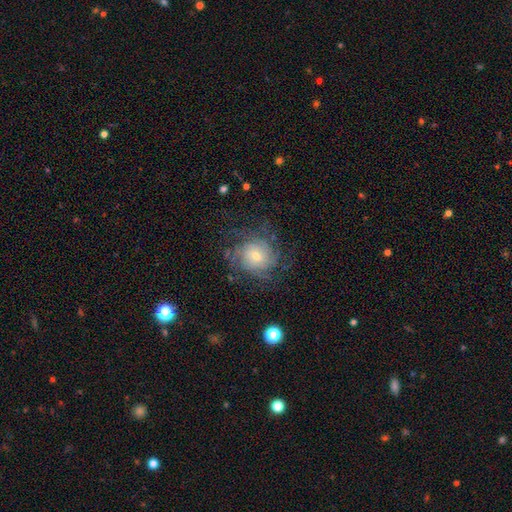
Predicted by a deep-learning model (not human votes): Smooth or featured?
  - featured or disk: 71% *
  - smooth: 19%
  - star or artifact: 10%
Edge-on disk?
  - no: 97% *
  - yes: 3%
Bar?
  - no: 68% *
  - weak: 28%
  - strong: 4%
Spiral arms?
  - yes: 91% *
  - no: 9%
Spiral winding?
  - tight: 58% *
  - medium: 30%
  - loose: 12%
Spiral arm count?
  - can't tell: 44% *
  - 4: 18%
  - 3: 11%
  - more than 4: 11%
  - 2: 10%
  - 1: 6%
Bulge size?
  - small: 60% *
  - moderate: 33%
  - large: 4%
  - none: 2%
  - dominant: 1%
Merging?
  - none: 68% *
  - minor disturbance: 17%
  - major disturbance: 14%
  - merger: 1%